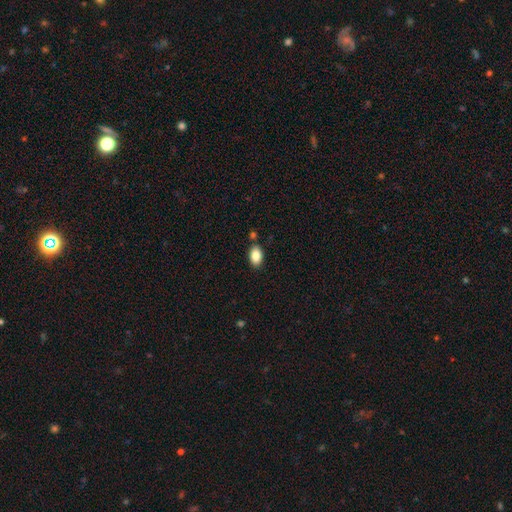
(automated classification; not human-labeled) A smooth galaxy with no disk features (87%) that is in between round and cigar-shaped (89%).

Vote fractions:
- Smooth or featured? smooth: 87% / star or artifact: 8% / featured or disk: 5%
- How rounded? in between: 89% / round: 9% / cigar-shaped: 2%
- Merging? none: 81% / minor disturbance: 11% / merger: 6% / major disturbance: 2%